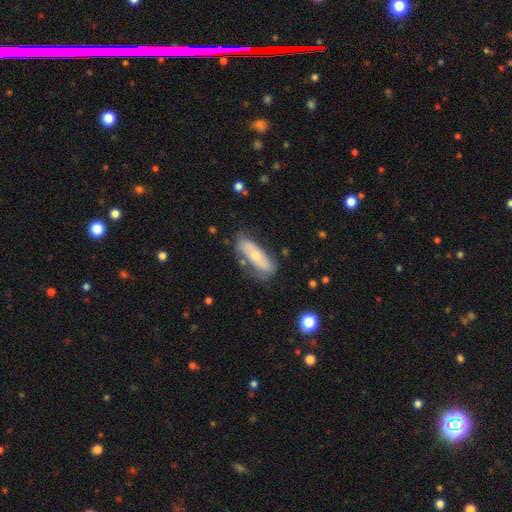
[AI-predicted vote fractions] smooth_or_featured: smooth (p=0.49) [alt: featured or disk p=0.45]
merging: none (p=0.60) [alt: minor disturbance p=0.25]